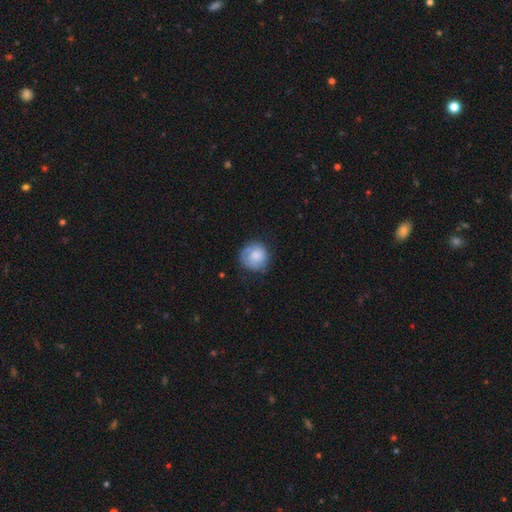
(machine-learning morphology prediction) Q: Smooth or featured?
A: smooth (64%); runner-up: featured or disk (29%)
Q: How rounded?
A: round (89%); runner-up: in between (10%)
Q: Merging?
A: none (70%); runner-up: minor disturbance (21%)